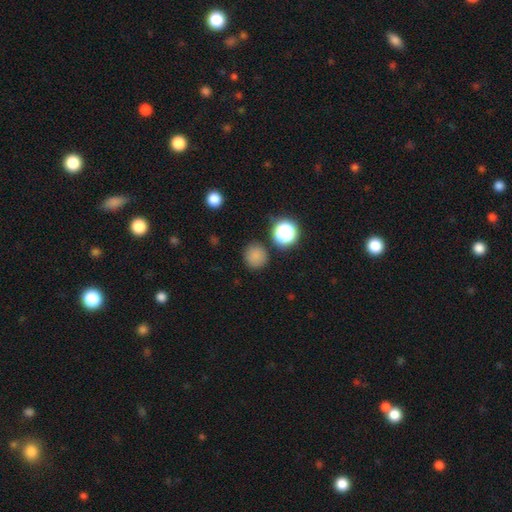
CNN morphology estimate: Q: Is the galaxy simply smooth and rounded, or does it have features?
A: smooth — 79%.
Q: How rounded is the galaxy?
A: round — 90%.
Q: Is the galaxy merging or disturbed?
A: none — 85%.